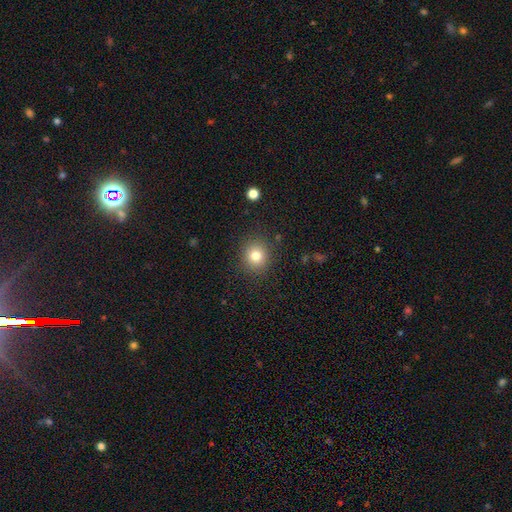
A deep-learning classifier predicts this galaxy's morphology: This appears to be a smooth galaxy with no disk features (80%) that is round (87%). Merging: none (87%).